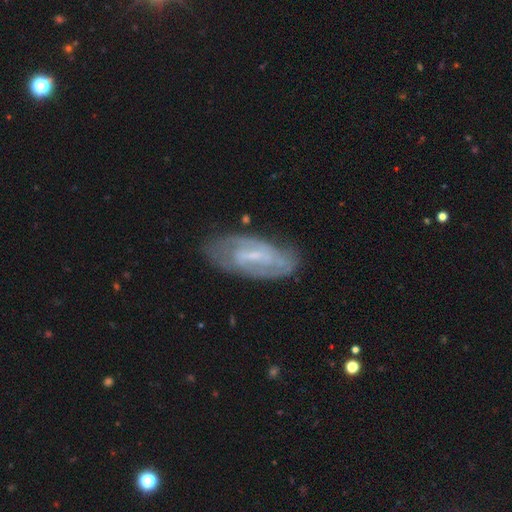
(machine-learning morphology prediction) The model was most divided on "spiral winding": tight: 44%, medium: 39%, loose: 17%. More confident: edge-on disk — no (91%); spiral arms — yes (81%); smooth or featured — featured or disk (74%); merging — none (71%); bulge size — small (60%); spiral arm count — 2 (53%); bar — weak (50%).